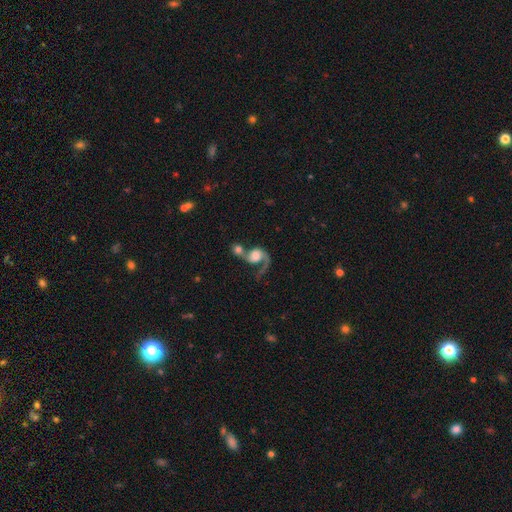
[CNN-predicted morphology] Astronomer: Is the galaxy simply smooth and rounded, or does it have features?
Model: featured or disk — 68%.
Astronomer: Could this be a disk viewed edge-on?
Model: no — 98%.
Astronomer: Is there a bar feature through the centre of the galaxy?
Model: no — 71%.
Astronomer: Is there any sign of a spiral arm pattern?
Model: yes — 89%.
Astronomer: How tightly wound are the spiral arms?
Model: loose — 65%.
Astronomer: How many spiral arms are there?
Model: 1 — 73%.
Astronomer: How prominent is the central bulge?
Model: moderate — 36% (runner-up: large, 35%).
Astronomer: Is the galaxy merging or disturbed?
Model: merger — 57%.